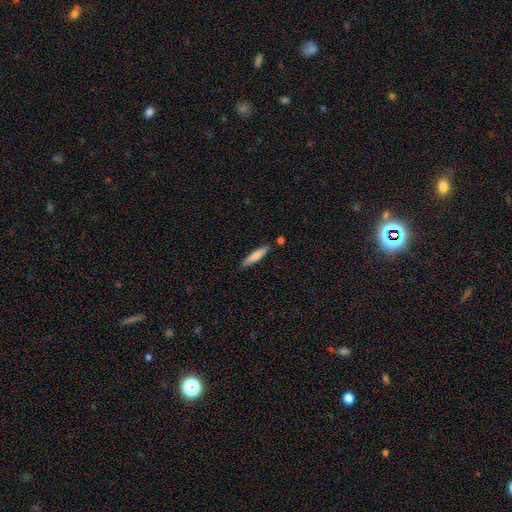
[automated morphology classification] The model was most divided on "smooth or featured": smooth: 77%, featured or disk: 17%, star or artifact: 6%. More confident: how rounded — cigar-shaped (87%); merging — none (85%).